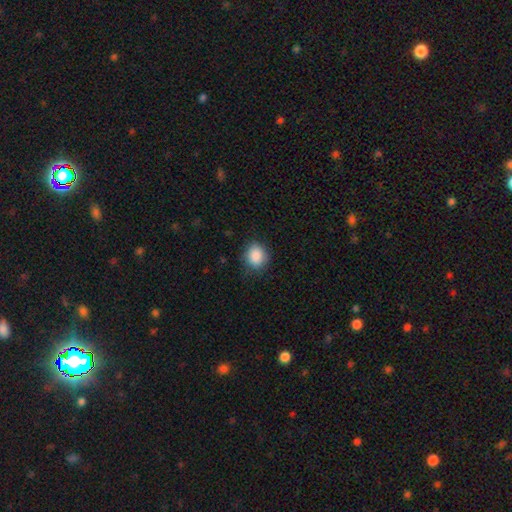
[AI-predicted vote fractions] smooth_or_featured: smooth (p=0.89) [alt: star or artifact p=0.08]
how_rounded: round (p=0.57) [alt: in between p=0.42]
merging: none (p=0.82) [alt: minor disturbance p=0.13]